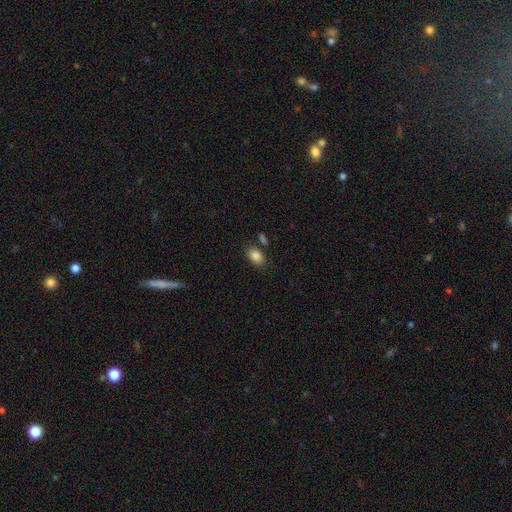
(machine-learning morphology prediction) Smooth or featured? Predicted: smooth (p=0.86). How rounded? Predicted: in between (p=0.85). Merging? Predicted: none (p=0.76).